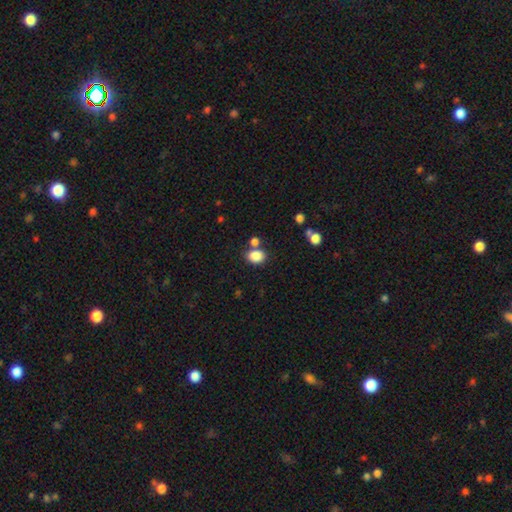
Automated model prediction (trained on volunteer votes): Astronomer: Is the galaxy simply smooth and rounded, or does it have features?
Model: smooth — 85%.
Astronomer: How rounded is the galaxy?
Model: in between — 62%.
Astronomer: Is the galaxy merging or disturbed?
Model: none — 65%.